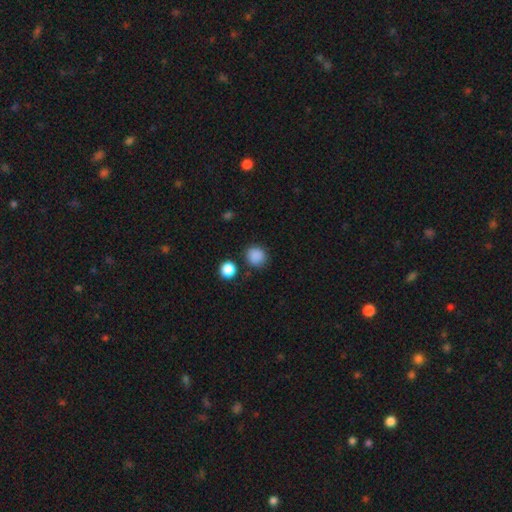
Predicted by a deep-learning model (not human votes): This appears to be a smooth galaxy with no disk features (86%) that is round (89%). Merging: none (85%).